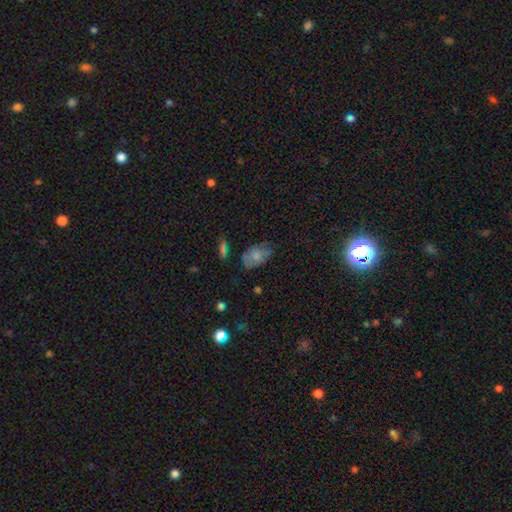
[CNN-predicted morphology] This appears to be a smooth galaxy with no disk features (68%) that is in between round and cigar-shaped (87%). Merging: none (53%).